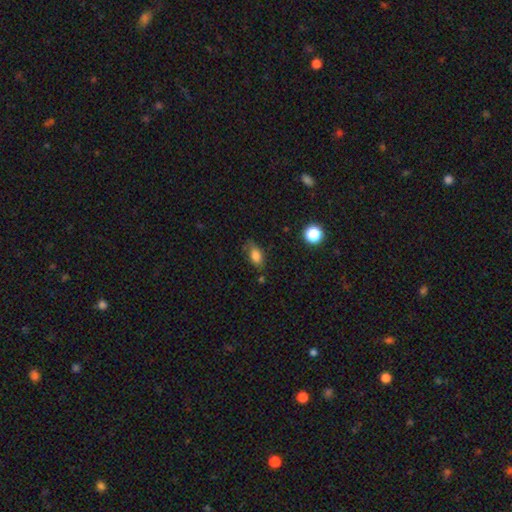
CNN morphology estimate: A smooth galaxy with no disk features (80%) that is in between round and cigar-shaped (85%).

Vote fractions:
- Smooth or featured? smooth: 80% / star or artifact: 10% / featured or disk: 10%
- How rounded? in between: 85% / round: 9% / cigar-shaped: 6%
- Merging? none: 64% / minor disturbance: 25% / major disturbance: 7% / merger: 3%